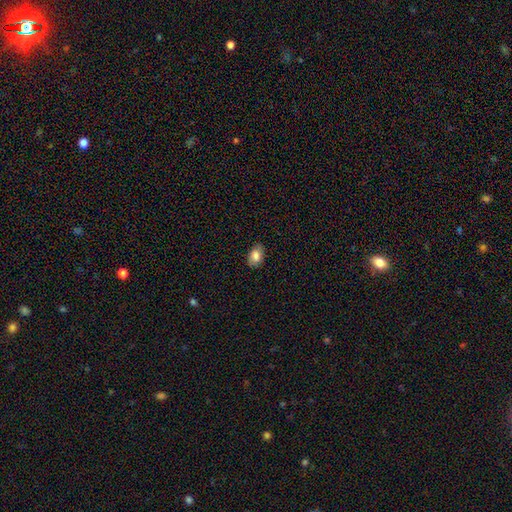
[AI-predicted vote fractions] The model was most divided on "smooth or featured": smooth: 79%, featured or disk: 13%, star or artifact: 8%. More confident: how rounded — in between (85%); merging — none (82%).